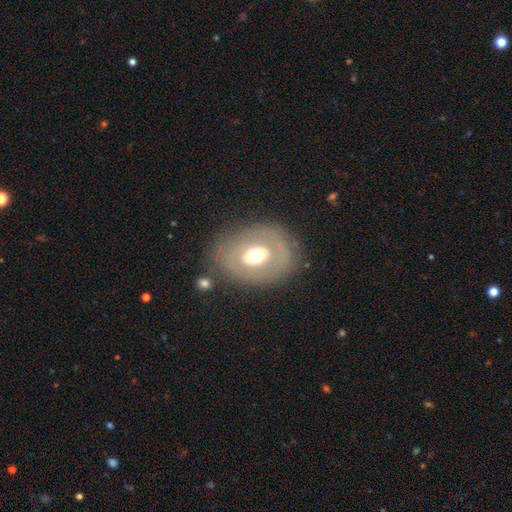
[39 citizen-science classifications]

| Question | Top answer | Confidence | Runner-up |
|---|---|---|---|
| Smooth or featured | featured or disk | 51% | smooth (41%) |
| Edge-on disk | no | 85% | yes (15%) |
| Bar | no | 59% | weak (24%) |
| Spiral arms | no | 94% | yes (6%) |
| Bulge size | moderate | 82% | large (18%) |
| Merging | none | 61% | minor disturbance (25%) |